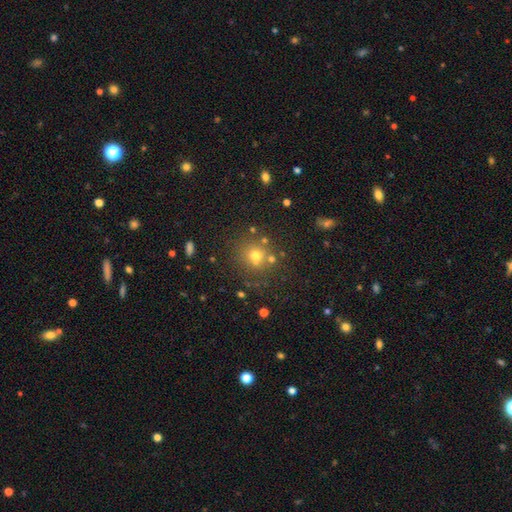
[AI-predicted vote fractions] Smooth or featured: smooth — 66% (star or artifact — 22%)
How rounded: round — 88% (in between — 11%)
Merging: none — 72% (merger — 13%)